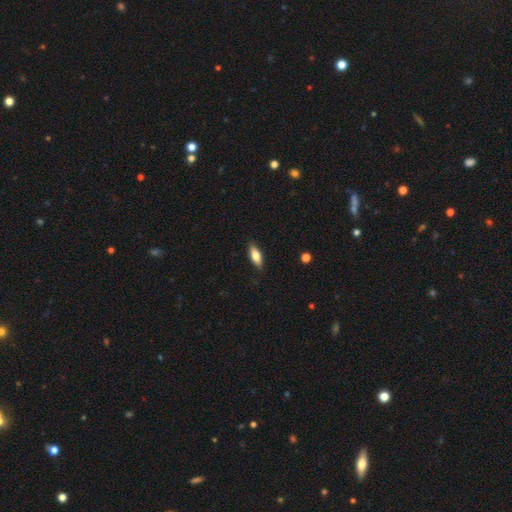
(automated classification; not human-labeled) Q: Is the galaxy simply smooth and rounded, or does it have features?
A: smooth — 66%.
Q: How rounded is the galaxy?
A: in between — 63%.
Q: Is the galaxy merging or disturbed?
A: none — 87%.